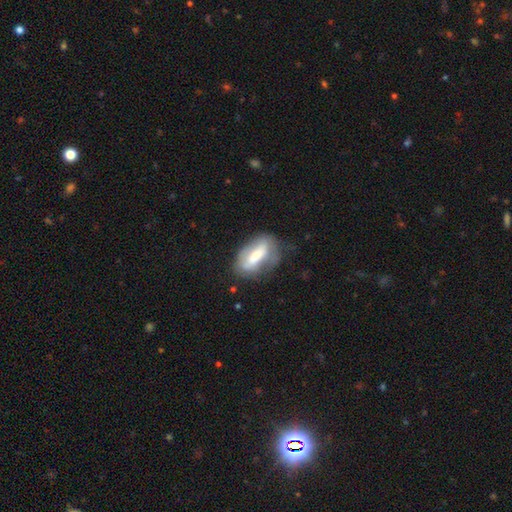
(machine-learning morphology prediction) Overall: smooth (51%; featured or disk 42%). How rounded: in between (78%). Merging: none (54%; minor disturbance 28%).